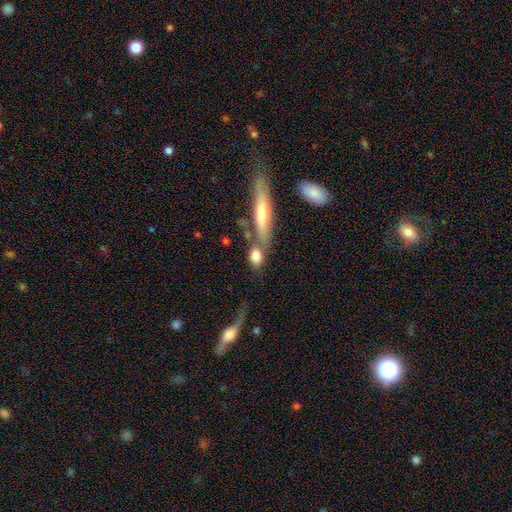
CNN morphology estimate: smooth_or_featured: smooth (p=0.75) [alt: featured or disk p=0.17]
how_rounded: in between (p=0.66) [alt: cigar-shaped p=0.18]
merging: none (p=0.51) [alt: merger p=0.28]